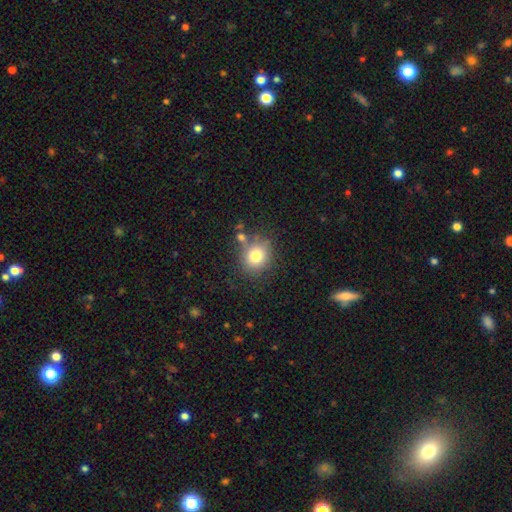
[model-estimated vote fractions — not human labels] Overall: smooth (77%). How rounded: round (75%). Merging: none (71%).